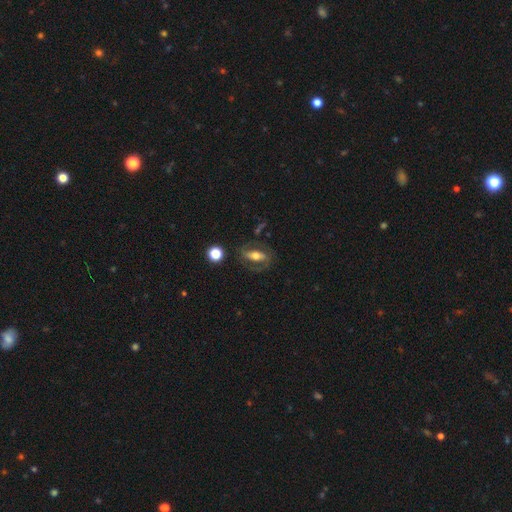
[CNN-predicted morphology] smooth_or_featured: featured or disk (p=0.68) [alt: smooth p=0.25]
disk_edge_on: no (p=0.89) [alt: yes p=0.11]
bar: strong (p=0.45) [alt: no p=0.30]
has_spiral_arms: yes (p=0.77) [alt: no p=0.23]
bulge_size: moderate (p=0.61) [alt: large p=0.19]
merging: none (p=0.68) [alt: minor disturbance p=0.16]